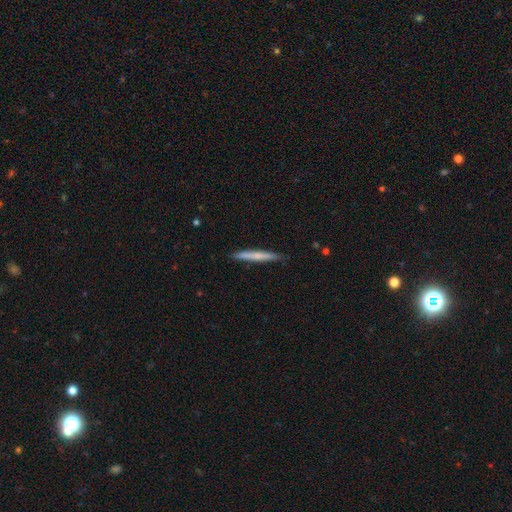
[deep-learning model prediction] Smooth or featured? smooth (60%)
How rounded? cigar-shaped (96%)
Merging? none (87%)